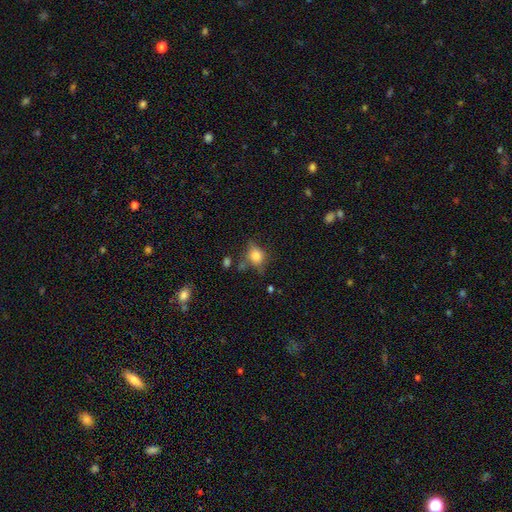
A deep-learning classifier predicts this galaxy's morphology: A smooth galaxy with no disk features (76%) that is in between round and cigar-shaped (51%).

Vote fractions:
- Smooth or featured? smooth: 76% / featured or disk: 13% / star or artifact: 11%
- How rounded? in between: 51% / round: 47% / cigar-shaped: 2%
- Merging? none: 56% / minor disturbance: 27% / major disturbance: 10% / merger: 7%